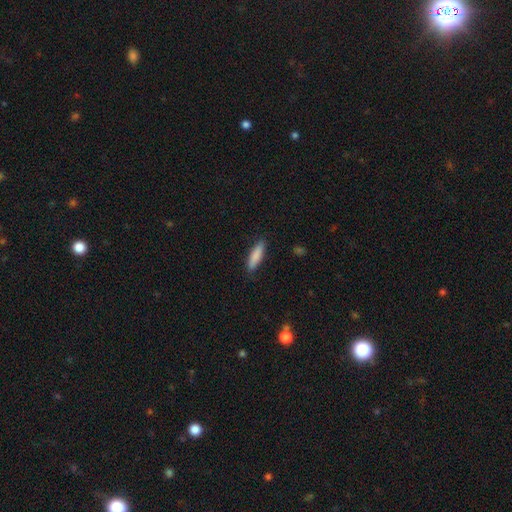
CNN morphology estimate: A smooth galaxy with no disk features (86%) that is cigar-shaped (69%). Merging: none (86%).